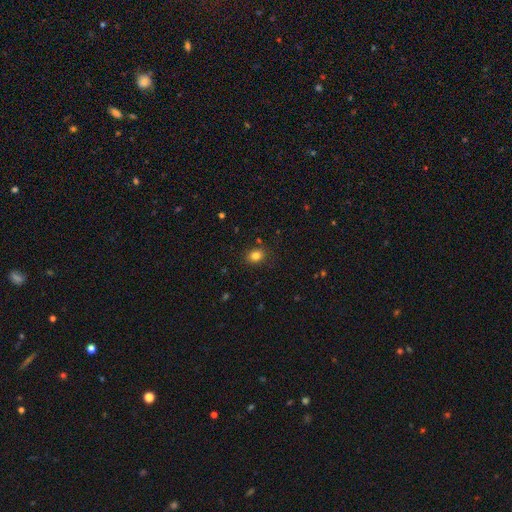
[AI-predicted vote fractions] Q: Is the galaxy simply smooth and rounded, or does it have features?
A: smooth — 82%.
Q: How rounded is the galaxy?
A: in between — 50%.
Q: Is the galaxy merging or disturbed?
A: none — 85%.